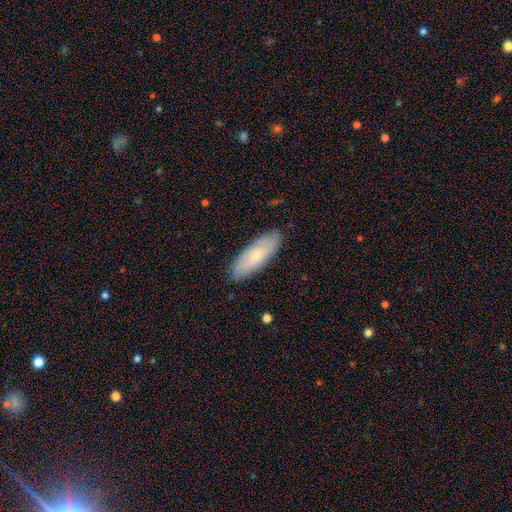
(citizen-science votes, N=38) smooth_or_featured: smooth (p=0.71) [alt: featured or disk p=0.24]
how_rounded: in between (p=0.70) [alt: cigar-shaped p=0.30]
merging: none (p=0.78) [alt: minor disturbance p=0.22]